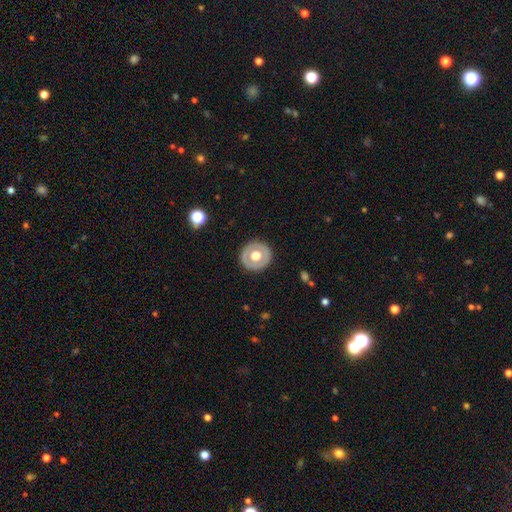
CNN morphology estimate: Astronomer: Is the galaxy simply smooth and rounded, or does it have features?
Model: smooth — 50% (runner-up: featured or disk, 44%).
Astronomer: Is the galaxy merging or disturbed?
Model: none — 88%.